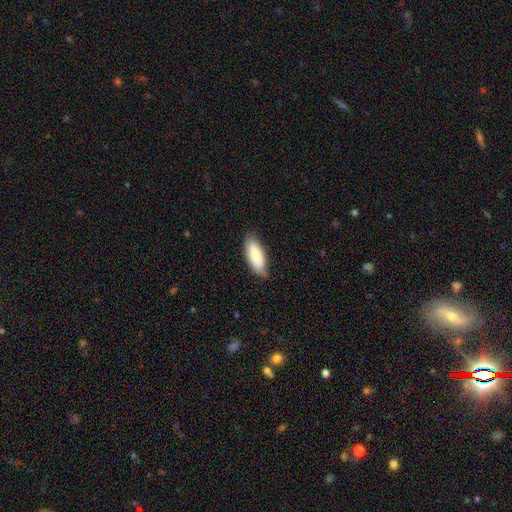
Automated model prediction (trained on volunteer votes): Overall: smooth (85%). How rounded: in between (75%). Merging: none (80%).